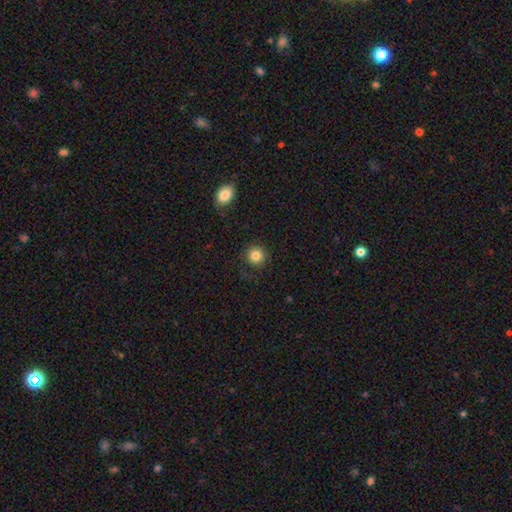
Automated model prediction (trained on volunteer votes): Smooth or featured? smooth (84%)
How rounded? round (93%)
Merging? none (88%)